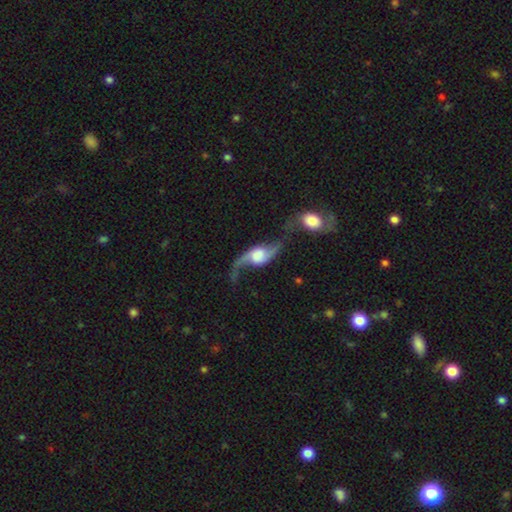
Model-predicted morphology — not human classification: This is clearly a featured or disk galaxy (87%). It is clearly not viewed edge-on (92%). Bar: possibly no (49%). Spiral arm pattern: clearly yes (96%). Spiral arm count: clearly 2 (93%). Spiral winding: clearly loose (87%). Central bulge: marginally large (40%). Merging: possibly none (47%).